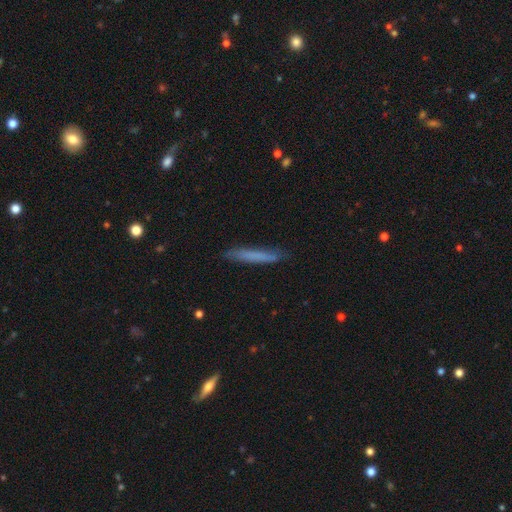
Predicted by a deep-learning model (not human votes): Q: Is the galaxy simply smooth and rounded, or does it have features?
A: smooth — 67%.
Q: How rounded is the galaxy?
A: cigar-shaped — 95%.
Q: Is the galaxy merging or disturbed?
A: none — 84%.